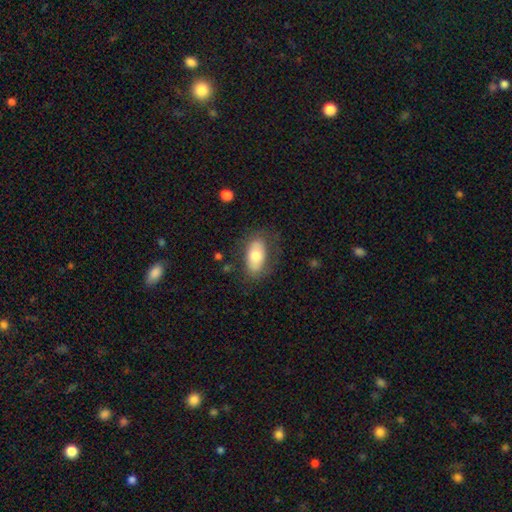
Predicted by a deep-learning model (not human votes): The model was most divided on "smooth or featured": smooth: 67%, featured or disk: 26%, star or artifact: 6%. More confident: how rounded — in between (91%); merging — none (72%).